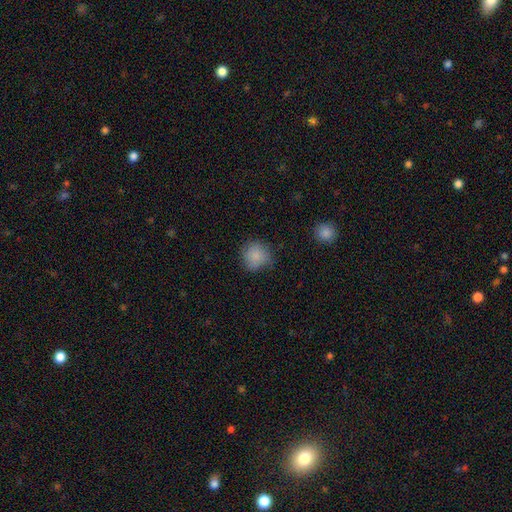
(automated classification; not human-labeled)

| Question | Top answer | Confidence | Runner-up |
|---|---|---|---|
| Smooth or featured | smooth | 84% | star or artifact (9%) |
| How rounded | round | 89% | in between (10%) |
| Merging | none | 70% | minor disturbance (22%) |